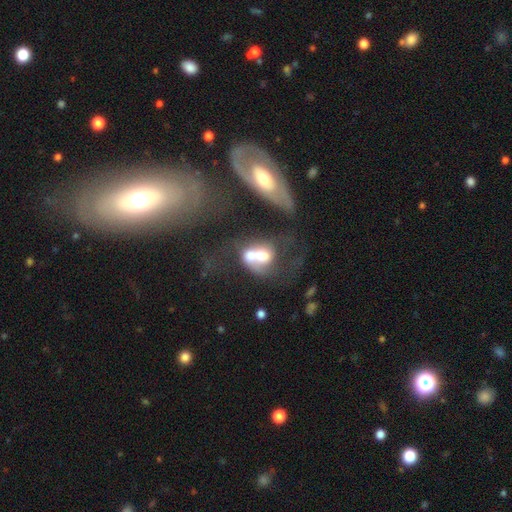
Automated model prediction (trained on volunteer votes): The model was most divided on "smooth or featured": featured or disk: 50%, smooth: 39%, star or artifact: 11%. More confident: merging — merger (70%).